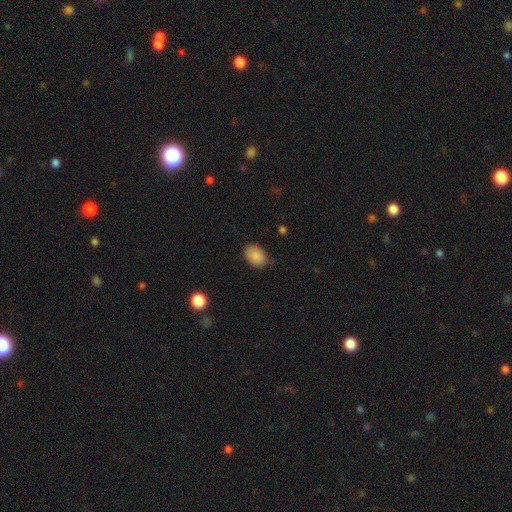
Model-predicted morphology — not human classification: A smooth galaxy with no disk features (87%) that is in between round and cigar-shaped (82%).

Vote fractions:
- Smooth or featured? smooth: 87% / star or artifact: 8% / featured or disk: 5%
- How rounded? in between: 82% / round: 17% / cigar-shaped: 1%
- Merging? none: 73% / minor disturbance: 21% / major disturbance: 4% / merger: 2%